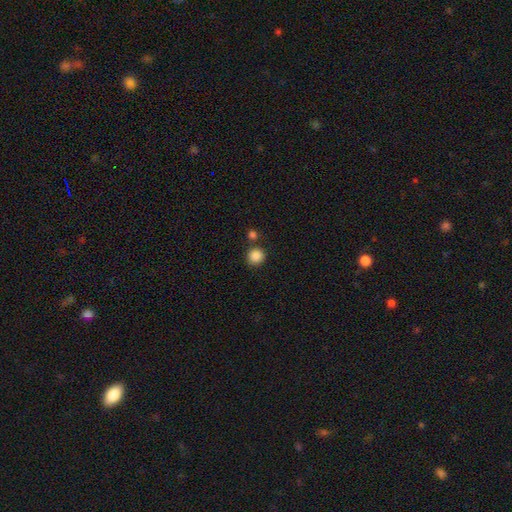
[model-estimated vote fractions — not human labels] smooth_or_featured: smooth (p=0.87) [alt: star or artifact p=0.10]
how_rounded: round (p=0.91) [alt: in between p=0.08]
merging: none (p=0.77) [alt: merger p=0.11]